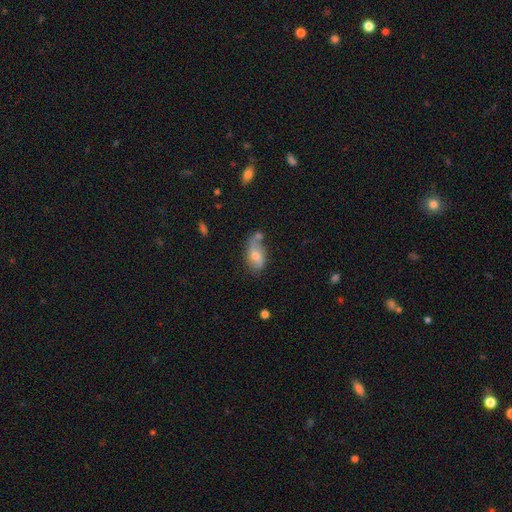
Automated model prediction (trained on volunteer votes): This appears to be a smooth galaxy with no disk features (51%) that is in between round and cigar-shaped (88%). Merging: none (47%).